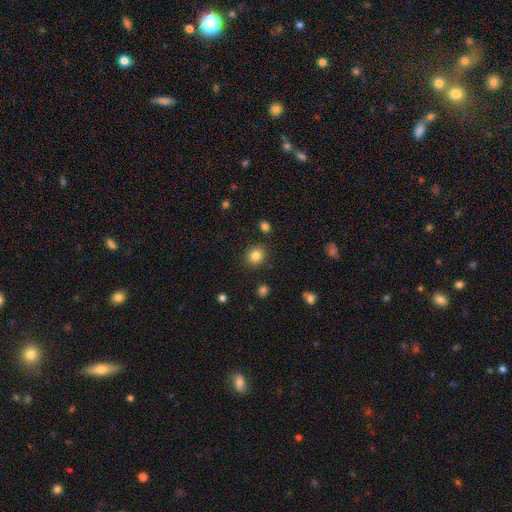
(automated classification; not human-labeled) A smooth galaxy with no disk features (84%) that is round (72%). Merging: none (86%).